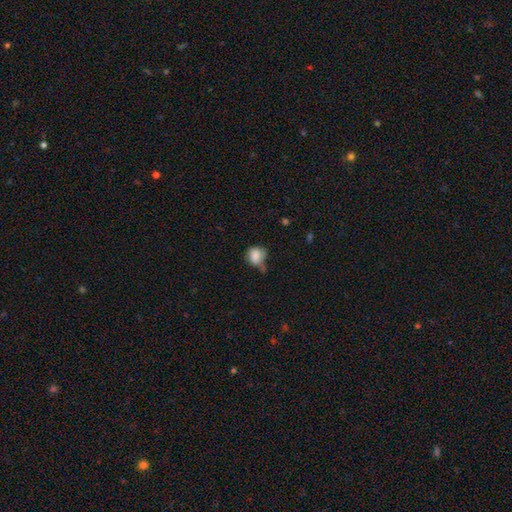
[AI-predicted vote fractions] Smooth or featured? smooth (84%)
How rounded? round (71%)
Merging? none (46%)